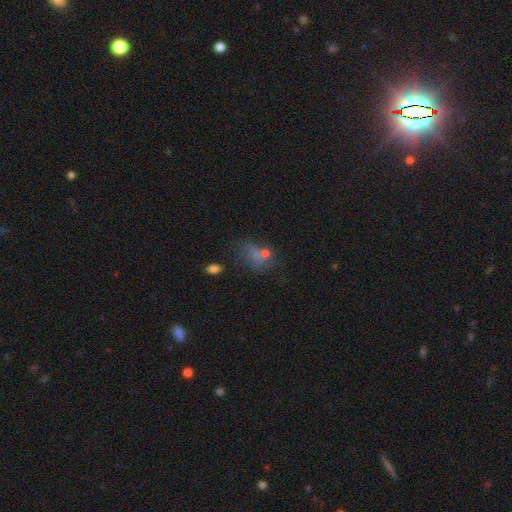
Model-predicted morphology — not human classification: This is possibly a smooth galaxy (53%). How rounded: likely in between (65%). Merging: marginally none (36%).